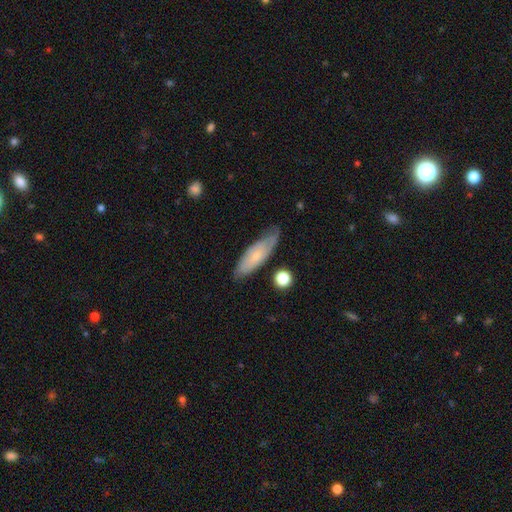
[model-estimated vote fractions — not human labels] A smooth galaxy with no disk features (52%) that is in between round and cigar-shaped (50%). Merging: none (71%).